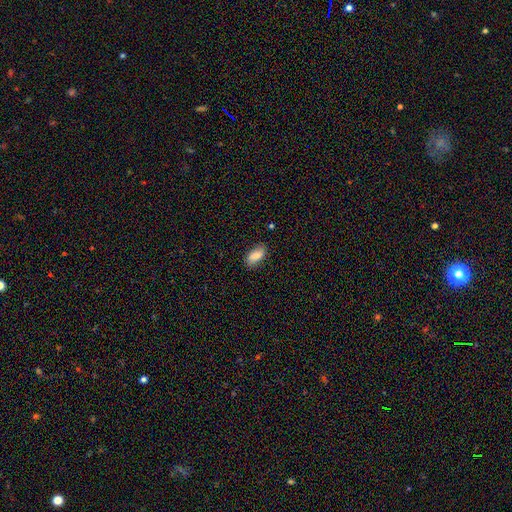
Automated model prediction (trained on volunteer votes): This is clearly a smooth galaxy (85%). How rounded: clearly in between (89%). Merging: clearly none (81%).